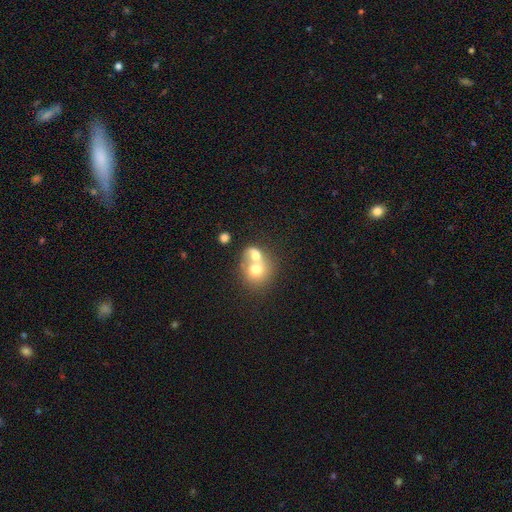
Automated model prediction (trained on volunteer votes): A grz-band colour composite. It shows a smooth galaxy with no disk features (66%) that is round (63%). Merging: merger (72%).